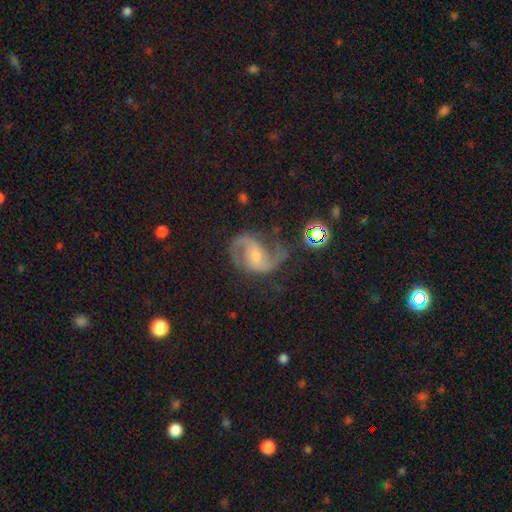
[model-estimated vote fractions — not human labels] smooth_or_featured: featured or disk (p=0.86) [alt: star or artifact p=0.08]
disk_edge_on: no (p=0.98) [alt: yes p=0.02]
bar: no (p=0.48) [alt: weak p=0.38]
has_spiral_arms: yes (p=0.97) [alt: no p=0.03]
spiral_winding: medium (p=0.56) [alt: loose p=0.27]
spiral_arm_count: 2 (p=0.90) [alt: can't tell p=0.03]
bulge_size: small (p=0.56) [alt: moderate p=0.39]
merging: none (p=0.64) [alt: minor disturbance p=0.20]